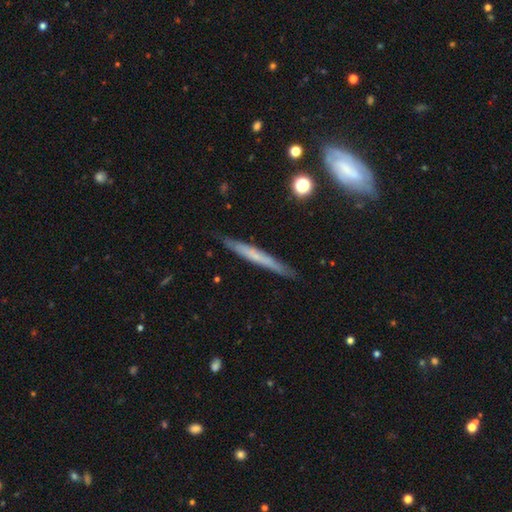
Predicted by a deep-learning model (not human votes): This is possibly a featured or disk galaxy (49%). Merging: clearly none (86%).